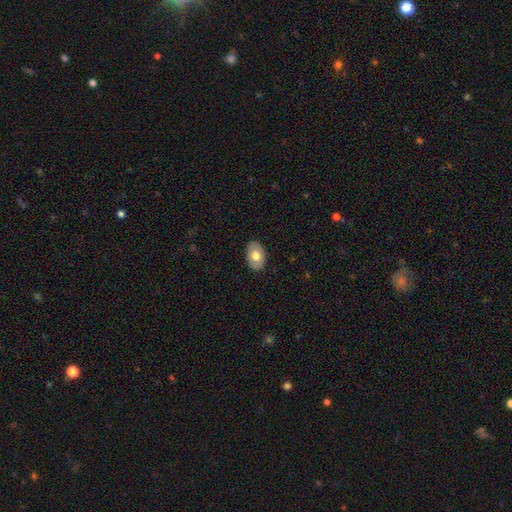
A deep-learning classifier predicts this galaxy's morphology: This appears to be a smooth galaxy with no disk features (67%) that is in between round and cigar-shaped (85%). Merging: none (86%).